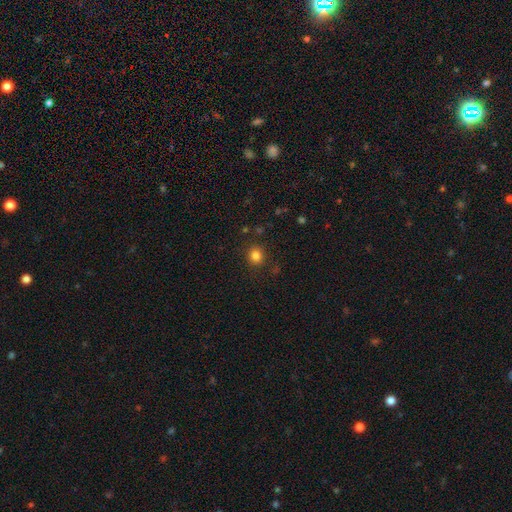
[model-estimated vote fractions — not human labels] Q: Smooth or featured?
A: smooth (82%); runner-up: star or artifact (13%)
Q: How rounded?
A: round (84%); runner-up: in between (15%)
Q: Merging?
A: none (88%); runner-up: minor disturbance (8%)